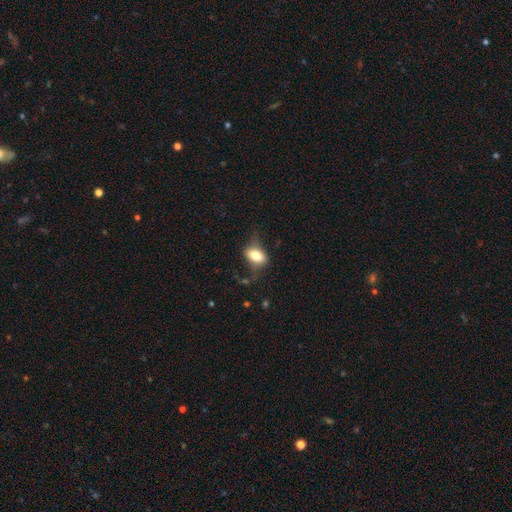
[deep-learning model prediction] Smooth or featured? smooth (70%)
How rounded? in between (83%)
Merging? none (54%)